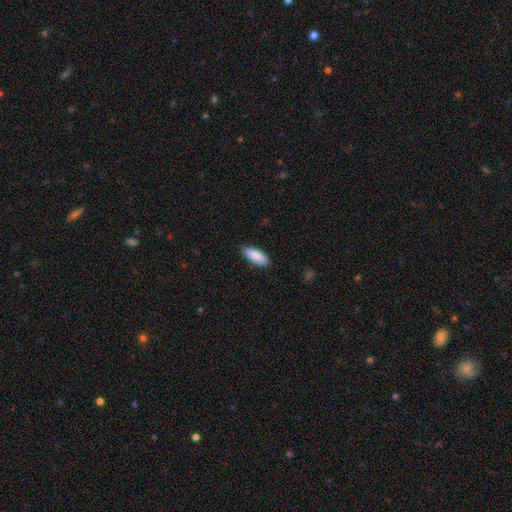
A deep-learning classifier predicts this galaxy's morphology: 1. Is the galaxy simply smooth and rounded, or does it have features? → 89% smooth, 6% star or artifact, 5% featured or disk.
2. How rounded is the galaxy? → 79% in between, 19% cigar-shaped, 2% round.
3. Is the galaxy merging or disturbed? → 85% none, 12% minor disturbance, 2% major disturbance, 1% merger.